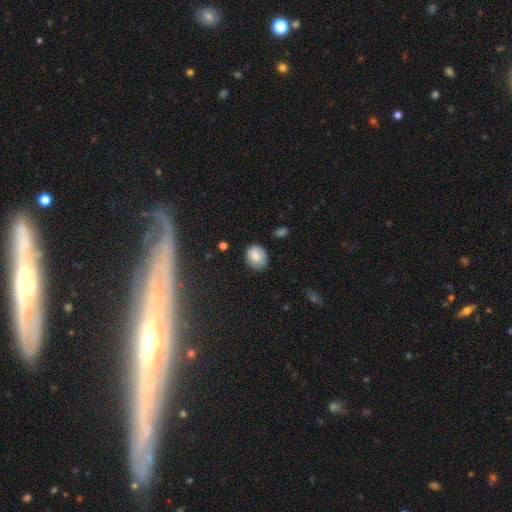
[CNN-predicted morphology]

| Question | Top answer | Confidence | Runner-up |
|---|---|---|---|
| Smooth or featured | smooth | 79% | featured or disk (12%) |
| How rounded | in between | 55% | round (44%) |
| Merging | none | 76% | minor disturbance (19%) |